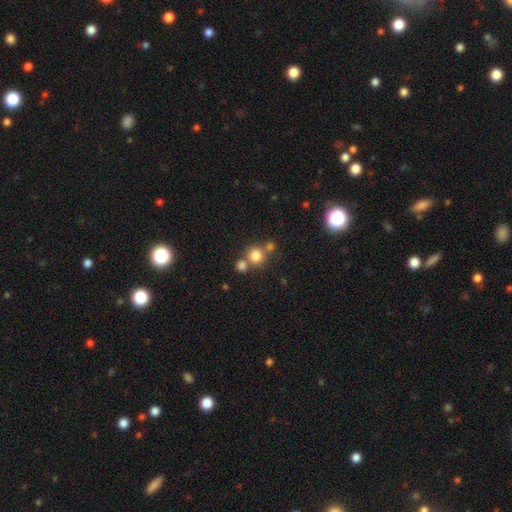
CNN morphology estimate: smooth_or_featured: smooth (p=0.79) [alt: star or artifact p=0.13]
how_rounded: round (p=0.91) [alt: in between p=0.08]
merging: none (p=0.59) [alt: merger p=0.31]